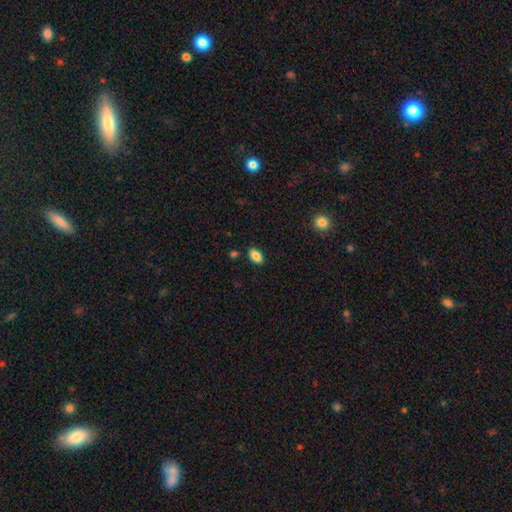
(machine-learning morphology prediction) The model was most divided on "merging": none: 85%, minor disturbance: 11%, major disturbance: 2%, merger: 2%. More confident: how rounded — in between (90%); smooth or featured — smooth (85%).